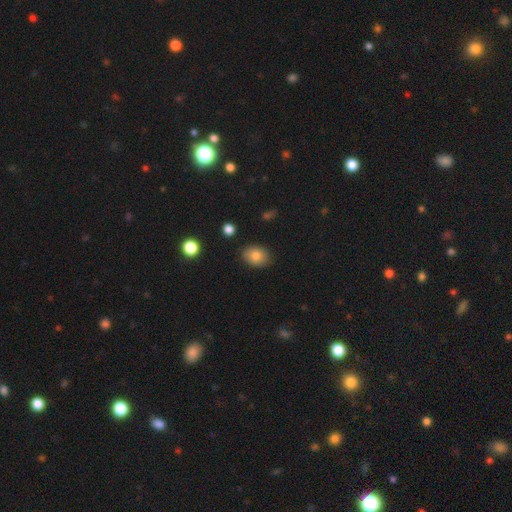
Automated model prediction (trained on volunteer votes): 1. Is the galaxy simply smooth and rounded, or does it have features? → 81% smooth, 10% featured or disk, 9% star or artifact.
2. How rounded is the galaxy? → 66% in between, 33% round, 1% cigar-shaped.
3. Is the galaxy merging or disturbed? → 85% none, 11% minor disturbance, 2% major disturbance, 2% merger.